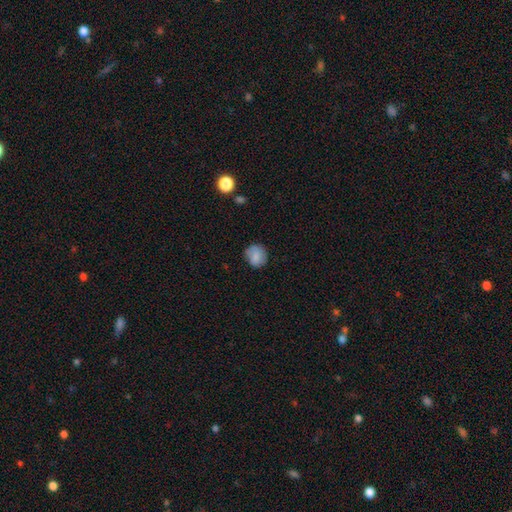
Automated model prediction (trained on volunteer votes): Smooth or featured: smooth — 81% (featured or disk — 10%)
How rounded: round — 80% (in between — 19%)
Merging: none — 77% (minor disturbance — 18%)